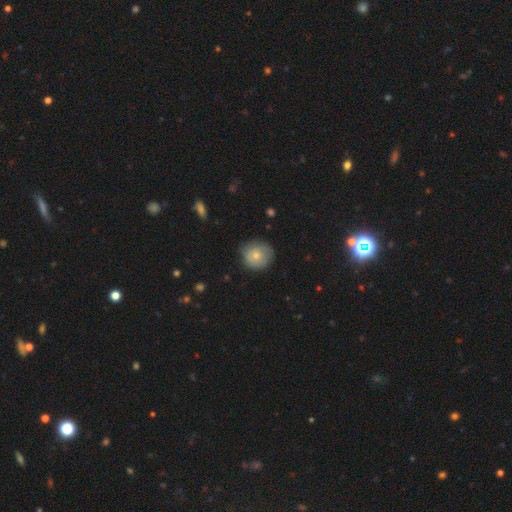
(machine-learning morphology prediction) type=smooth (73%); roundness=round (88%); merging=none (75%).